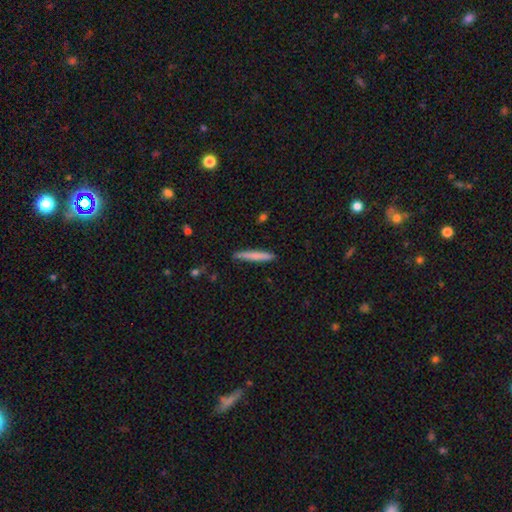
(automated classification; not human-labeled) This appears to be a smooth galaxy with no disk features (75%) that is cigar-shaped (95%). Merging: none (86%).